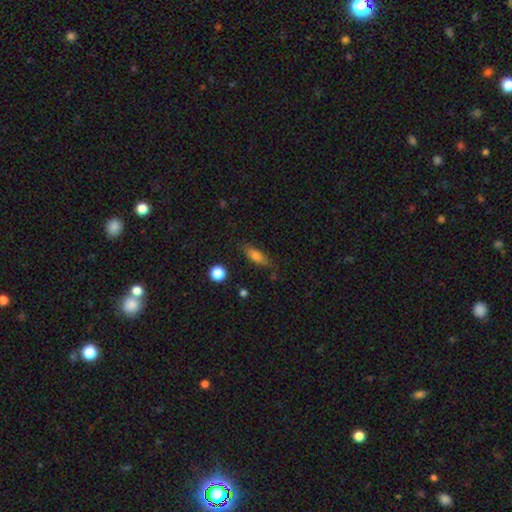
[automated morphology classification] smooth 74%, featured or disk 17%, star or artifact 9%. Down the decision tree: how rounded — in between (53%); merging — none (77%).